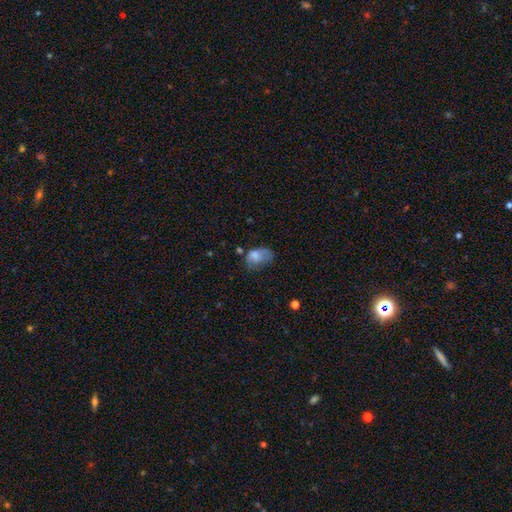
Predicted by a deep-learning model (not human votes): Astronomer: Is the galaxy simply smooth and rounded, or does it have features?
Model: smooth — 71%.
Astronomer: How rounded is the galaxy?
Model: in between — 83%.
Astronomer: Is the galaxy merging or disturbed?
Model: minor disturbance — 36% (runner-up: major disturbance, 30%).